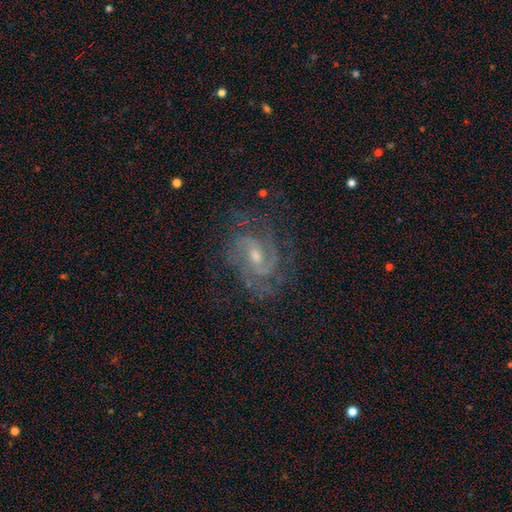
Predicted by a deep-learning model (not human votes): The model was most divided on "bulge size" (2-way tie): moderate: 47%, small: 47%, none: 3%, large: 2%, dominant: 1%. Remaining: edge-on disk — no (97%); spiral arms — yes (97%); smooth or featured — featured or disk (87%); merging — none (73%); spiral arm count — 2 (55%); bar — weak (52%); spiral winding — tight (46%).